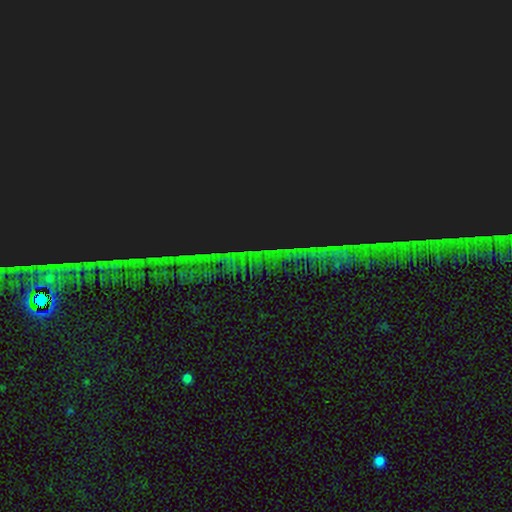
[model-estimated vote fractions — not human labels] This appears to be a star or artifact, not a galaxy (86%).